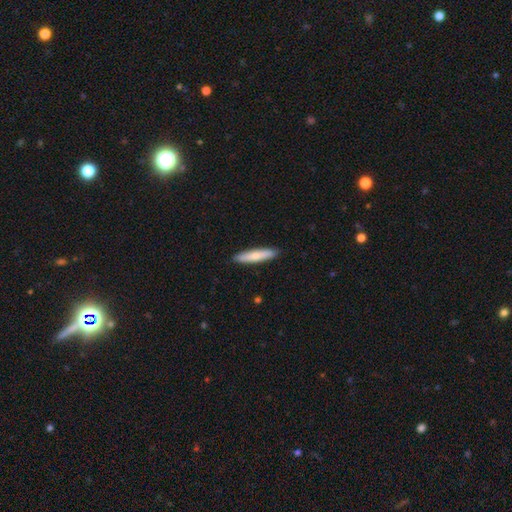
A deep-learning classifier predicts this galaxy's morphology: The model was most divided on "smooth or featured": smooth: 71%, featured or disk: 24%, star or artifact: 5%. More confident: merging — none (91%); how rounded — cigar-shaped (86%).